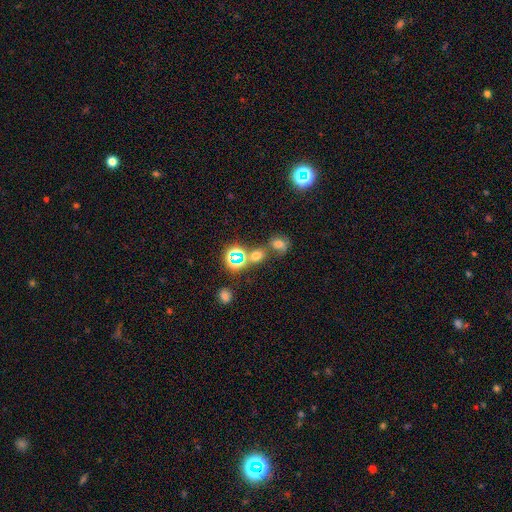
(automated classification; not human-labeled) Morphology: type=smooth (50%); roundness=round (54%); merging=none (56%).